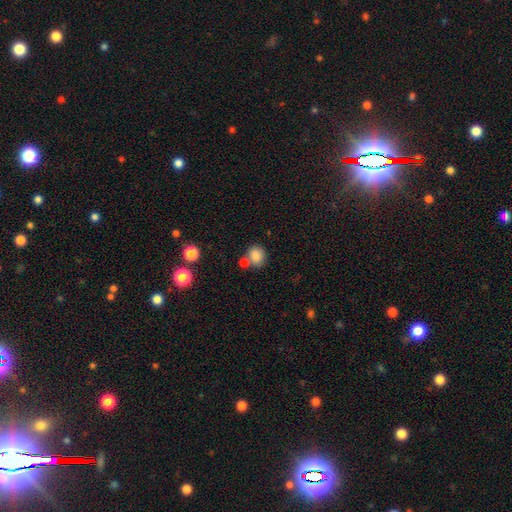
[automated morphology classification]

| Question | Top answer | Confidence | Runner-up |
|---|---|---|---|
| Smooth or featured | smooth | 84% | star or artifact (10%) |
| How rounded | round | 67% | in between (32%) |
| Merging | none | 57% | merger (26%) |